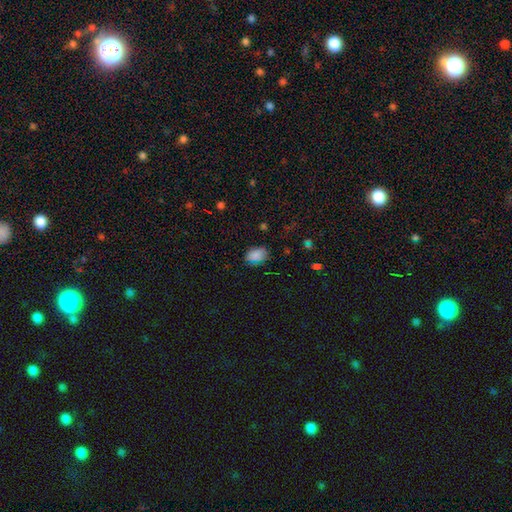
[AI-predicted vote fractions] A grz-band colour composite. It shows a smooth galaxy with no disk features (79%) that is in between round and cigar-shaped (85%). Merging: none (76%).